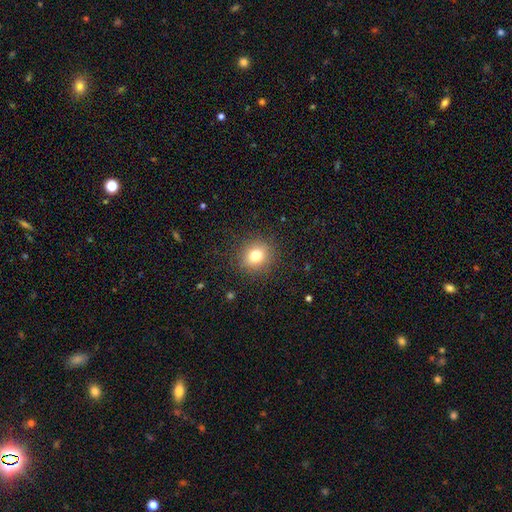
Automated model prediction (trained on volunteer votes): This is likely a smooth galaxy (78%). How rounded: clearly round (85%). Merging: clearly none (89%).